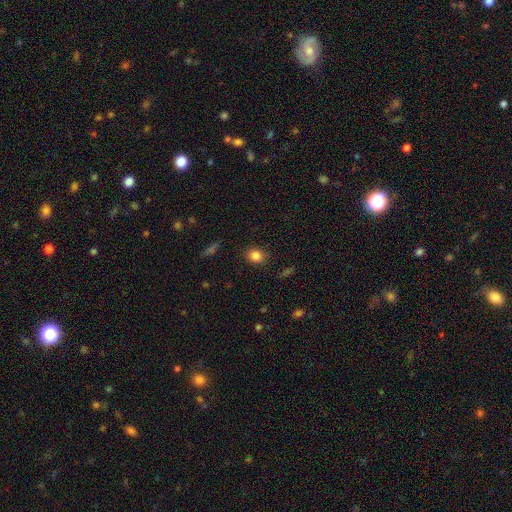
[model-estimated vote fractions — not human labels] The model was most divided on "how rounded": round: 61%, in between: 38%, cigar-shaped: 1%. More confident: merging — none (89%); smooth or featured — smooth (84%).